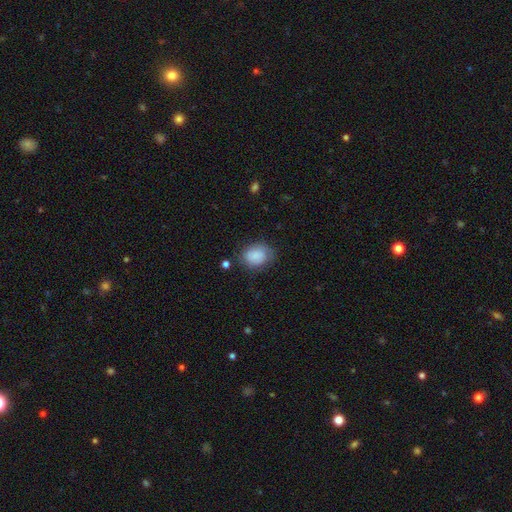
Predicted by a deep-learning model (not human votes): This is clearly a smooth galaxy (82%). How rounded: possibly in between (54%). Merging: likely none (67%).